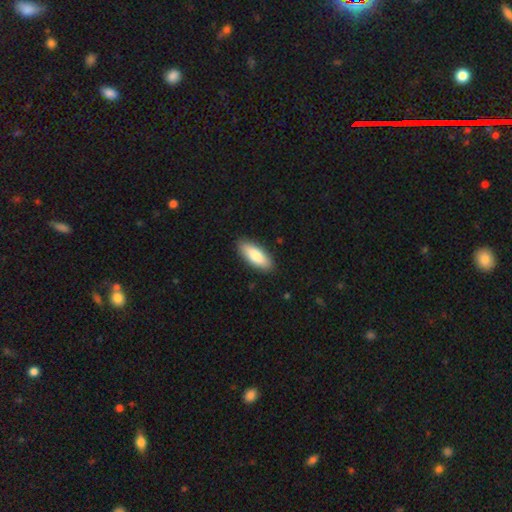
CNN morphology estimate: Smooth or featured: smooth — 83% (featured or disk — 11%)
How rounded: in between — 74% (cigar-shaped — 24%)
Merging: none — 88% (minor disturbance — 9%)